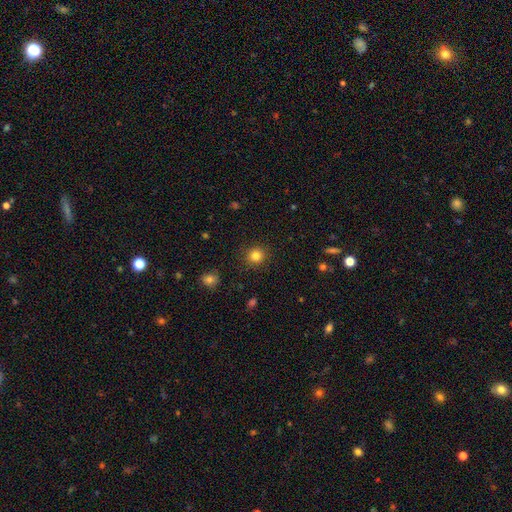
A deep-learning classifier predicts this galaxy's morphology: Overall: smooth (83%). How rounded: round (90%). Merging: none (90%).